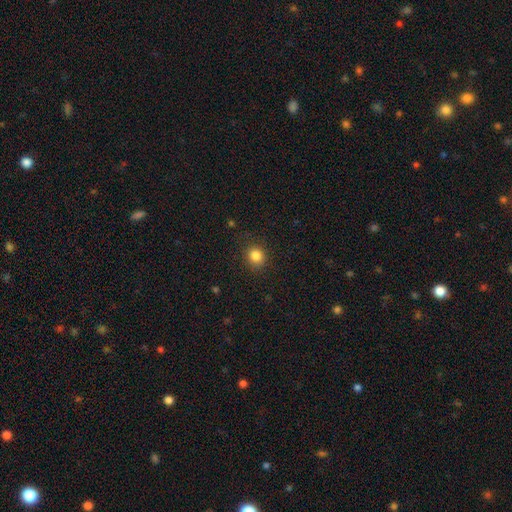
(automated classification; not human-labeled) Smooth or featured: smooth — 84% (star or artifact — 11%)
How rounded: round — 80% (in between — 19%)
Merging: none — 87% (minor disturbance — 9%)